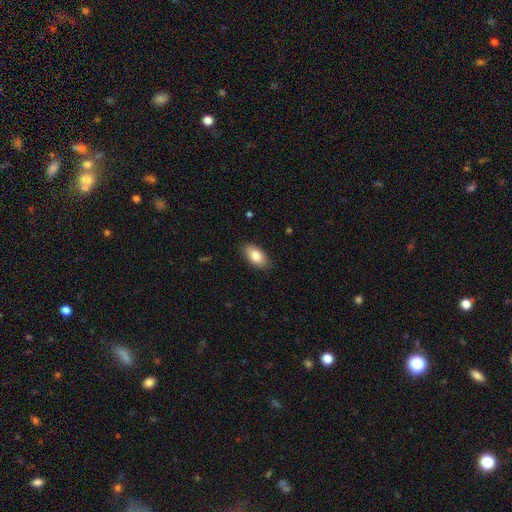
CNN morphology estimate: Q: Smooth or featured?
A: smooth (82%); runner-up: featured or disk (11%)
Q: How rounded?
A: in between (92%); runner-up: cigar-shaped (4%)
Q: Merging?
A: none (87%); runner-up: minor disturbance (10%)